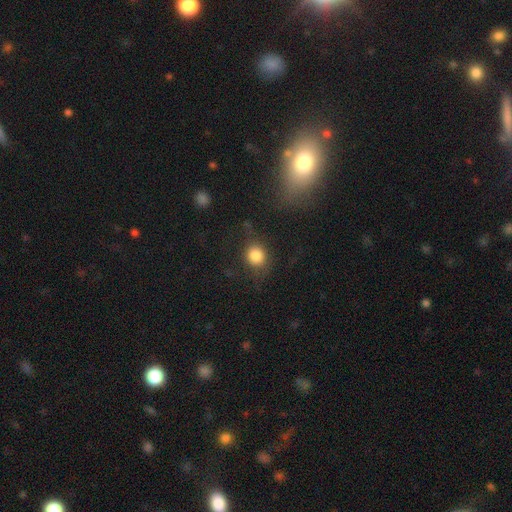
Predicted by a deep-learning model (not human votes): smooth 82%, star or artifact 11%, featured or disk 7%. Down the decision tree: how rounded — round (83%); merging — none (74%).